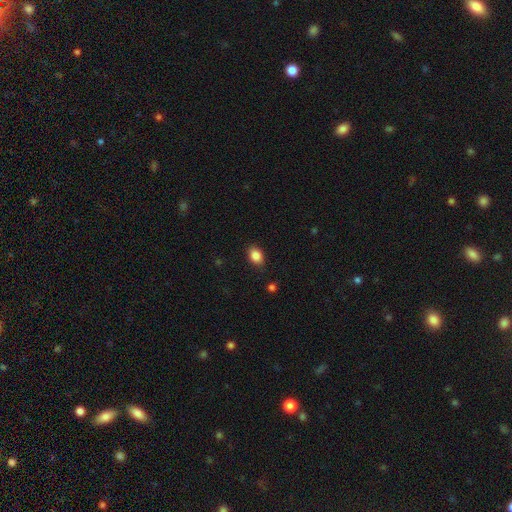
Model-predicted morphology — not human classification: Overall: smooth (87%). How rounded: in between (75%). Merging: none (86%).